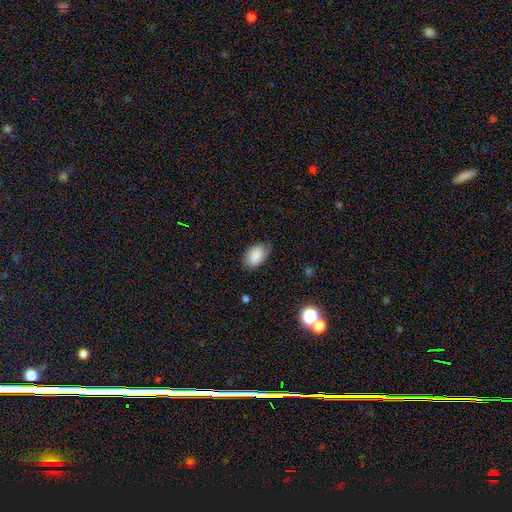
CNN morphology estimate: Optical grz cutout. It shows a smooth galaxy with no disk features (88%) that is in between round and cigar-shaped (90%). Merging: none (75%).